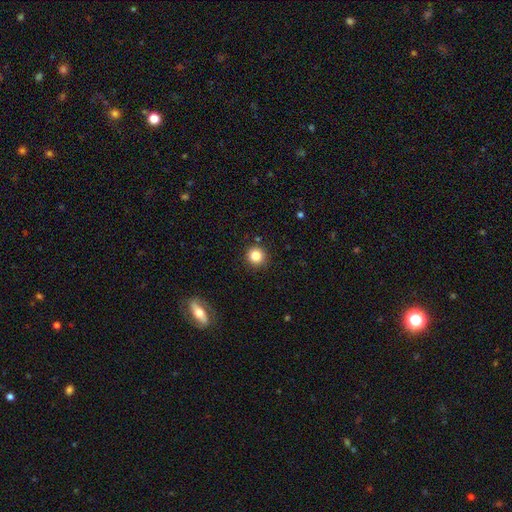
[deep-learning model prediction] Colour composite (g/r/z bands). It shows a smooth galaxy with no disk features (84%) that is round (94%). Merging: none (90%).